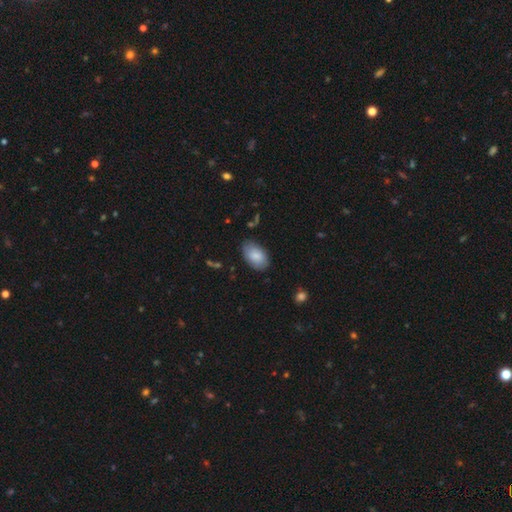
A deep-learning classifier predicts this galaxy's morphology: Q: Smooth or featured?
A: smooth (82%); runner-up: featured or disk (12%)
Q: How rounded?
A: in between (93%); runner-up: round (5%)
Q: Merging?
A: none (80%); runner-up: minor disturbance (15%)